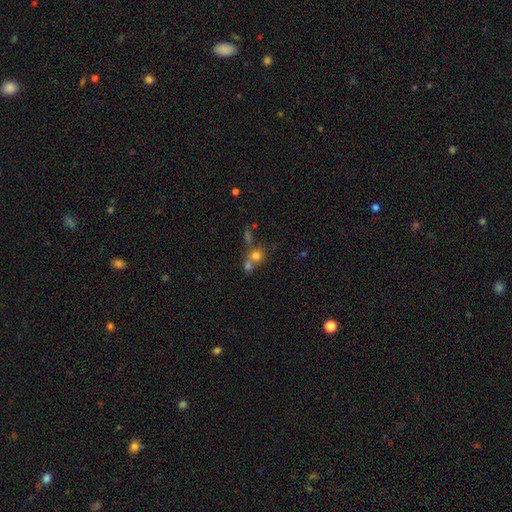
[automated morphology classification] This appears to be a smooth galaxy with no disk features (70%) that is round (79%). Merging: merger (52%).